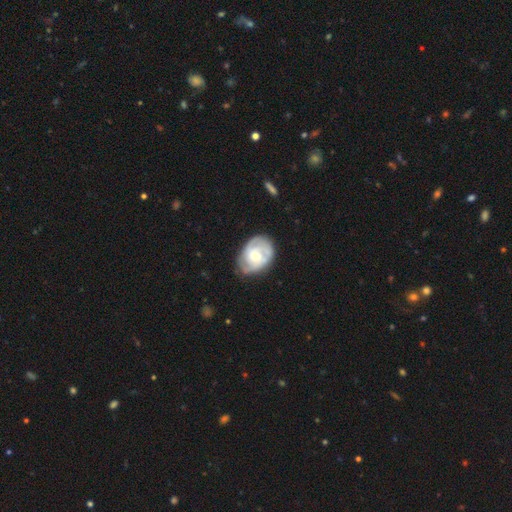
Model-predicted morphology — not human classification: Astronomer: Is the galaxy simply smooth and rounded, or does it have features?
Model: featured or disk — 73%.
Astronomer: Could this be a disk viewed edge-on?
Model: no — 97%.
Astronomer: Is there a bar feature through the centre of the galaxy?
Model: no — 66%.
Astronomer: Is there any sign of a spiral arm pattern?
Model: yes — 89%.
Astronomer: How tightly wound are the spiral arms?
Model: tight — 50% (runner-up: medium, 38%).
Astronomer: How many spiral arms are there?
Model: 2 — 30% (runner-up: can't tell, 29%).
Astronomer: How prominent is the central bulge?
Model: moderate — 46%, tied with small at 46%.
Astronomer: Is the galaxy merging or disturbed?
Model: none — 67%.